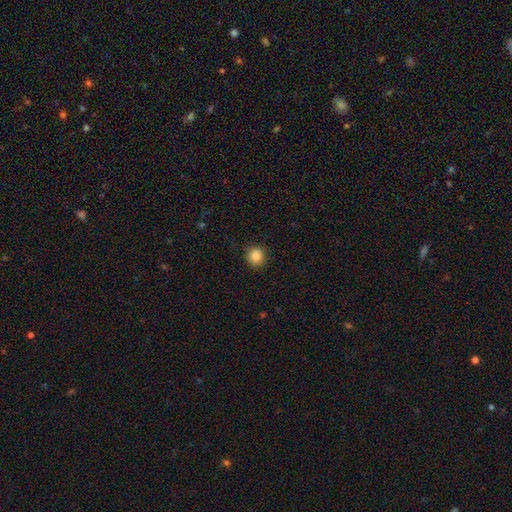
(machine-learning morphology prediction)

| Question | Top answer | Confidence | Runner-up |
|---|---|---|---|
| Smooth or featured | smooth | 86% | star or artifact (10%) |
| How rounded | round | 85% | in between (14%) |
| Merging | none | 90% | minor disturbance (7%) |